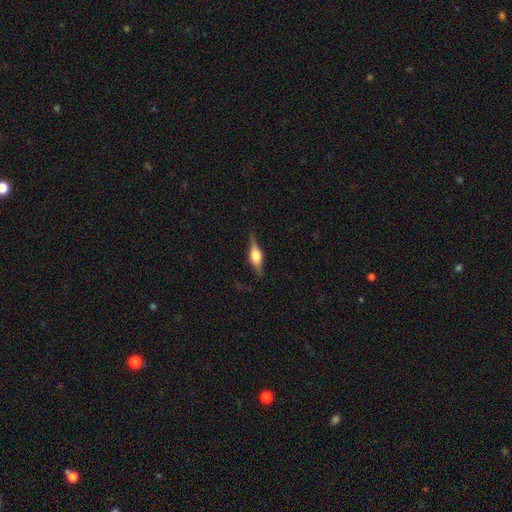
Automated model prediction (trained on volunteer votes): Smooth or featured: featured or disk — 72% (smooth — 21%)
Edge-on disk: yes — 97% (no — 3%)
Edge-on bulge: rounded — 90% (boxy — 9%)
Merging: none — 84% (minor disturbance — 12%)